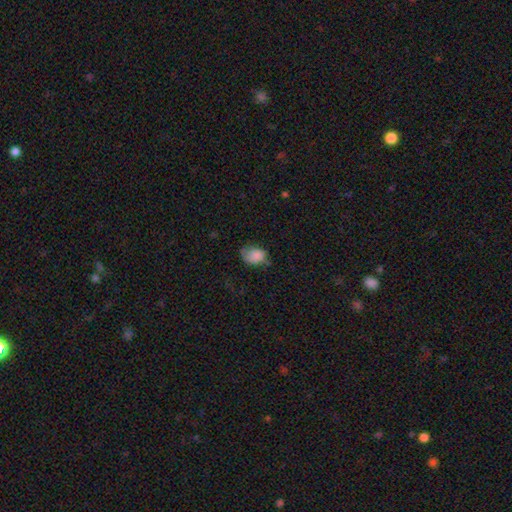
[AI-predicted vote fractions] A smooth galaxy with no disk features (75%) that is in between round and cigar-shaped (70%). Merging: none (44%).